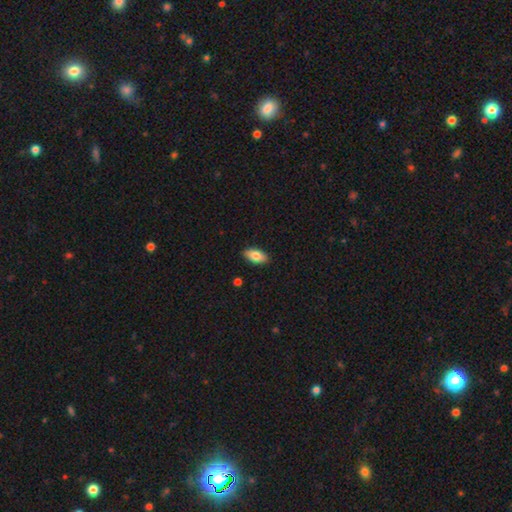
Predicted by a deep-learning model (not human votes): smooth-or-featured: smooth: 79% | featured or disk: 15% | star or artifact: 7%
  how-rounded: in between: 91% | cigar-shaped: 6% | round: 3%
  merging: none: 88% | minor disturbance: 9% | major disturbance: 2% | merger: 1%